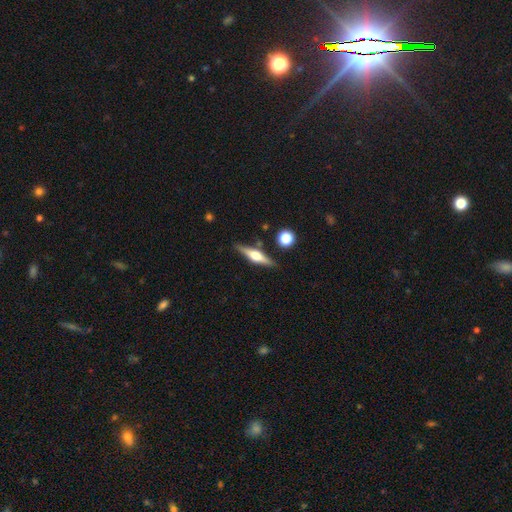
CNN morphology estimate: Smooth or featured? Predicted: featured or disk (p=0.67). Edge-on disk? Predicted: yes (p=0.97). Edge-on bulge? Predicted: rounded (p=0.91). Merging? Predicted: none (p=0.84).